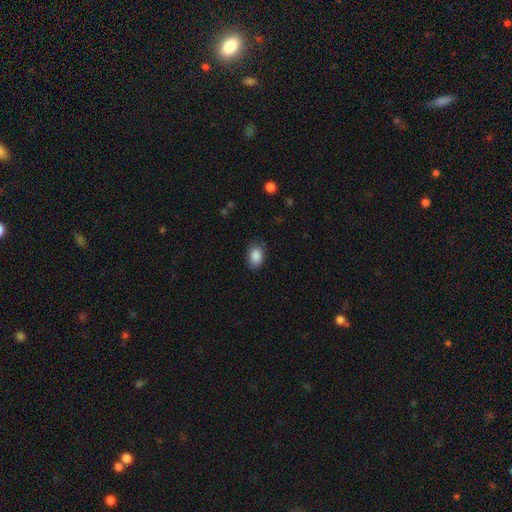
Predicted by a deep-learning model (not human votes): A smooth galaxy with no disk features (89%) that is in between round and cigar-shaped (82%). Merging: none (83%).